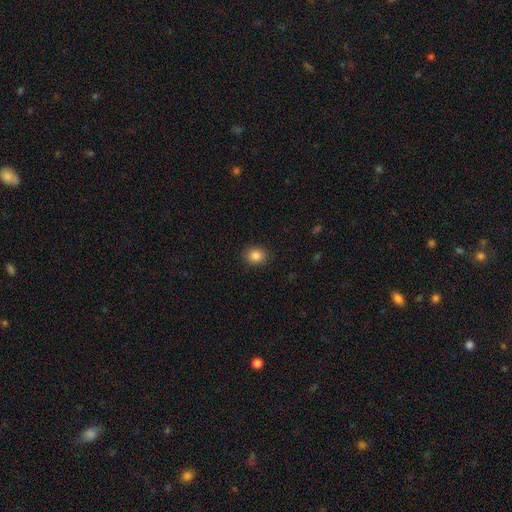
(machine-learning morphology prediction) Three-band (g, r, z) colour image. It shows a smooth galaxy with no disk features (86%) that is round (63%). Merging: none (90%).